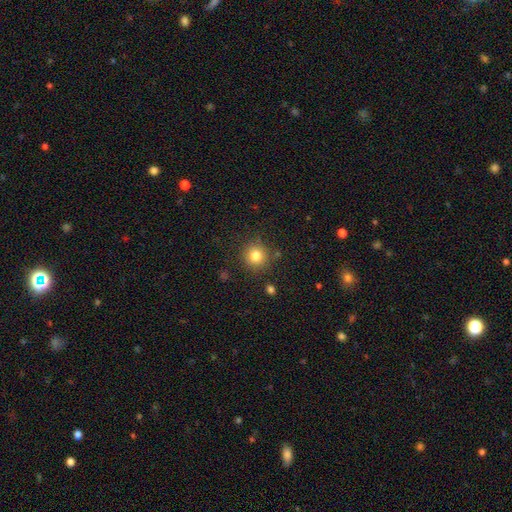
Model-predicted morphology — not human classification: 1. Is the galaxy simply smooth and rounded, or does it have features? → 82% smooth, 12% star or artifact, 6% featured or disk.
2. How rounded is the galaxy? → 93% round, 6% in between, 1% cigar-shaped.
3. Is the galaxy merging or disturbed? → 86% none, 8% minor disturbance, 3% major disturbance, 3% merger.